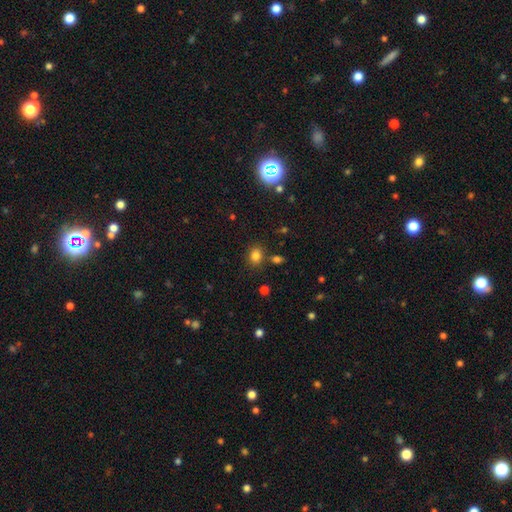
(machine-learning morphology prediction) smooth_or_featured: smooth (p=0.81) [alt: star or artifact p=0.14]
how_rounded: in between (p=0.51) [alt: round p=0.48]
merging: none (p=0.78) [alt: minor disturbance p=0.11]